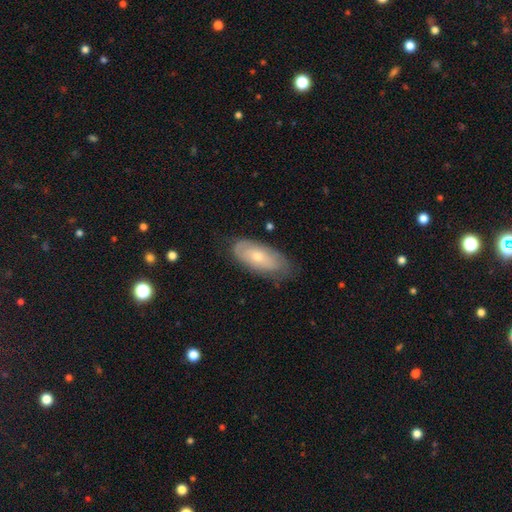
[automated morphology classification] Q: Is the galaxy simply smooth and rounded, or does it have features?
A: smooth — 48%.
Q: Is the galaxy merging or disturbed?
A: none — 69%.